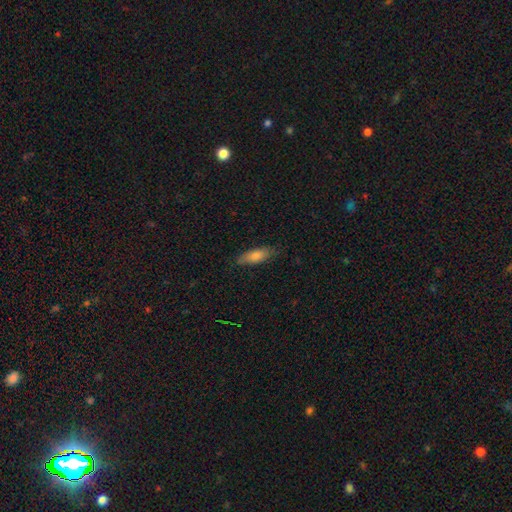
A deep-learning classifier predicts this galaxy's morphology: Q: Smooth or featured?
A: smooth (74%); runner-up: featured or disk (19%)
Q: How rounded?
A: in between (54%); runner-up: cigar-shaped (44%)
Q: Merging?
A: none (80%); runner-up: minor disturbance (16%)